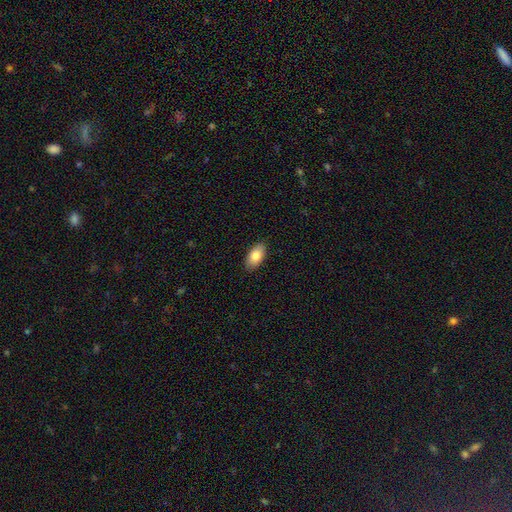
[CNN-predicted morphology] This appears to be a smooth galaxy with no disk features (82%) that is in between round and cigar-shaped (93%). Merging: none (88%).